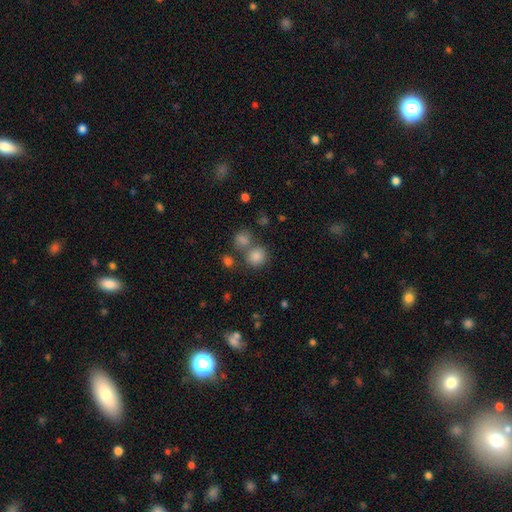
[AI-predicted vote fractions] smooth-or-featured: smooth: 79% | star or artifact: 15% | featured or disk: 7%
  how-rounded: round: 88% | in between: 11% | cigar-shaped: 1%
  merging: none: 64% | merger: 24% | minor disturbance: 8% | major disturbance: 4%